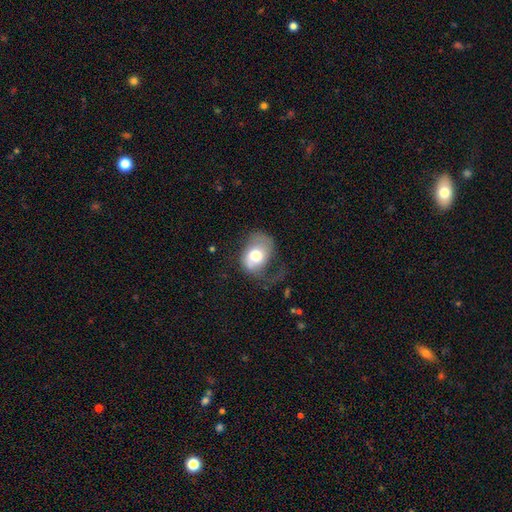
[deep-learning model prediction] Smooth or featured? smooth (54%)
How rounded? in between (67%)
Merging? major disturbance (40%)